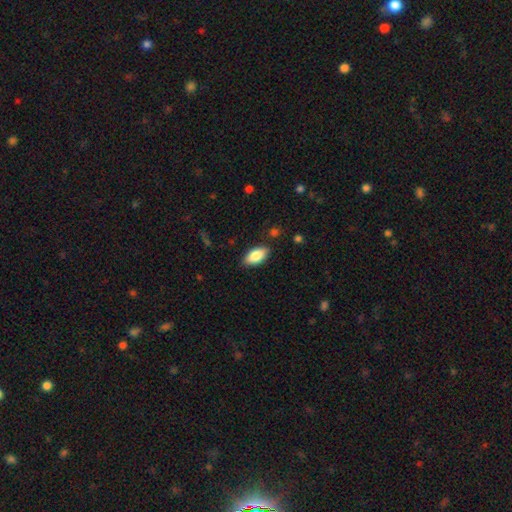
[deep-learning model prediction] Q: Smooth or featured?
A: smooth (83%); runner-up: featured or disk (10%)
Q: How rounded?
A: in between (92%); runner-up: cigar-shaped (5%)
Q: Merging?
A: none (86%); runner-up: minor disturbance (11%)